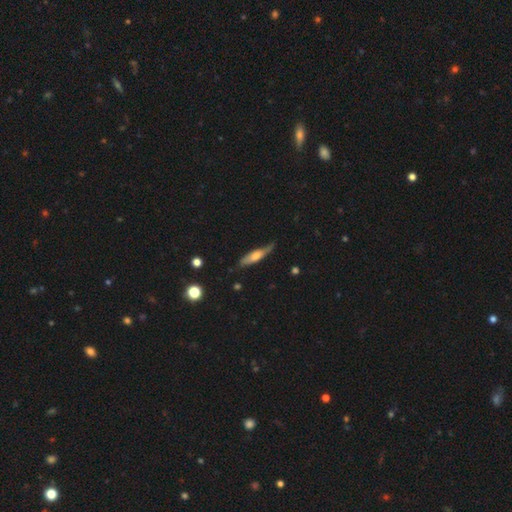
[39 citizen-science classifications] Smooth or featured? smooth (56%)
How rounded? cigar-shaped (73%)
Merging? none (44%, tied with minor disturbance)